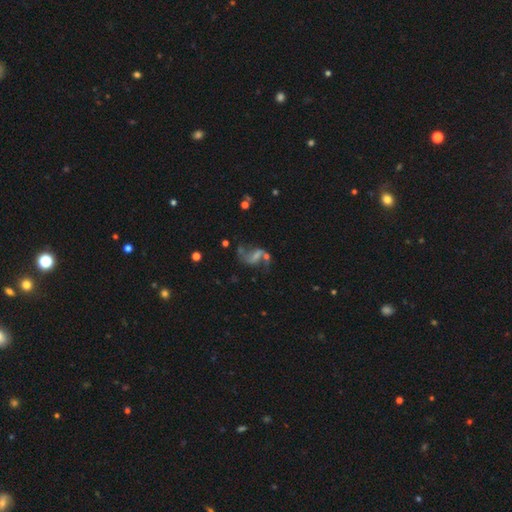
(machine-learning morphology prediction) A featured or disk galaxy (71%) with a weak bar (43%), 2 (85%) loose (74%) spiral arms (84%) and no central bulge (42%).

Vote fractions:
- Smooth or featured? featured or disk: 71% / star or artifact: 15% / smooth: 14%
- Edge-on disk? no: 96% / yes: 4%
- Bar? weak: 43% / no: 30% / strong: 28%
- Spiral arms? yes: 84% / no: 16%
- Spiral winding? loose: 74% / medium: 21% / tight: 6%
- Spiral arm count? 2: 85% / 1: 8% / can't tell: 4% / 3: 1% / 4: 1% / more than 4: 1%
- Bulge size? none: 42% / small: 37% / moderate: 16% / large: 3% / dominant: 2%
- Merging? none: 48% / major disturbance: 20% / merger: 16% / minor disturbance: 16%